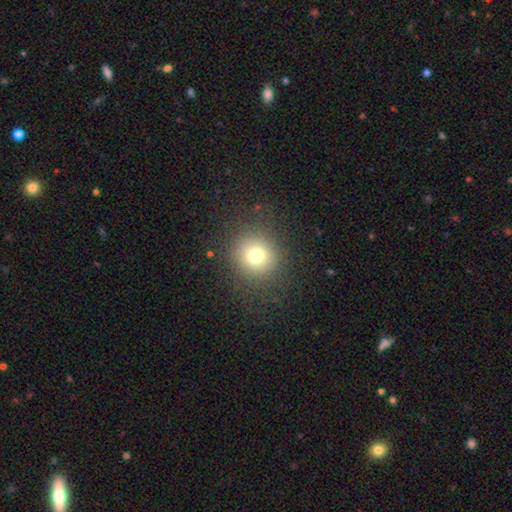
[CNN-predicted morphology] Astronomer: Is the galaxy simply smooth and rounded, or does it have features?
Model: smooth — 73%.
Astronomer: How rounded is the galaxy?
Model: round — 91%.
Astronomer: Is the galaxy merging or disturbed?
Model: none — 86%.